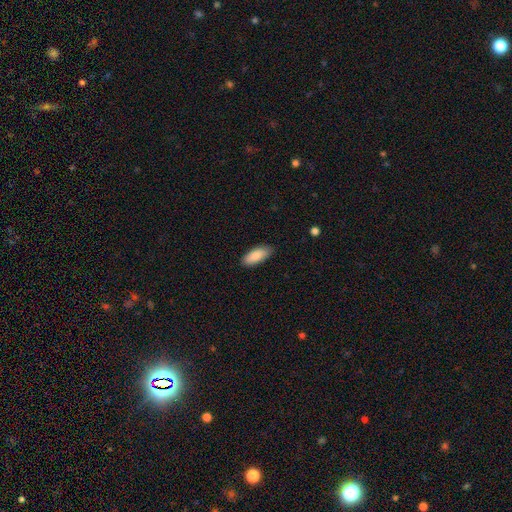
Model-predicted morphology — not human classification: This is clearly a smooth galaxy (88%). How rounded: clearly in between (81%). Merging: clearly none (87%).